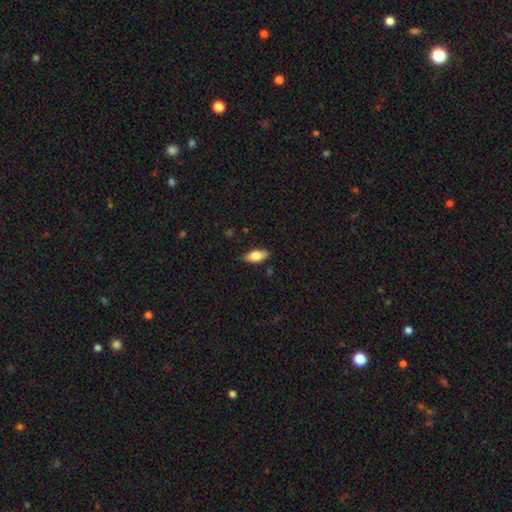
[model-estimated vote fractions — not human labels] Q: Smooth or featured?
A: smooth (78%); runner-up: featured or disk (15%)
Q: How rounded?
A: in between (88%); runner-up: cigar-shaped (10%)
Q: Merging?
A: none (86%); runner-up: minor disturbance (11%)